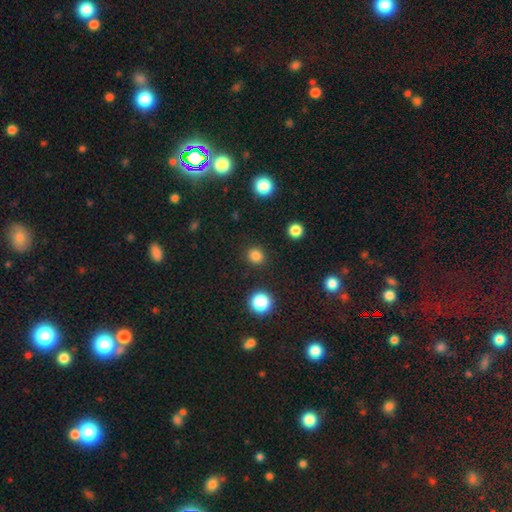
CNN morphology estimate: smooth-or-featured: smooth: 83% | star or artifact: 14% | featured or disk: 4%
  how-rounded: round: 88% | in between: 11% | cigar-shaped: 1%
  merging: none: 90% | minor disturbance: 6% | major disturbance: 3% | merger: 2%